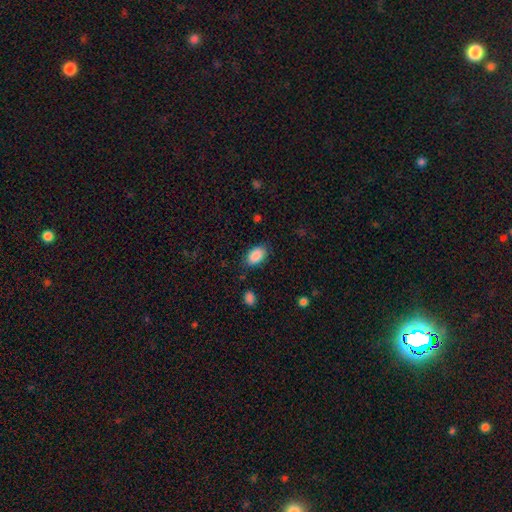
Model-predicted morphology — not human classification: This appears to be a smooth galaxy with no disk features (89%) that is in between round and cigar-shaped (91%). Merging: none (81%).